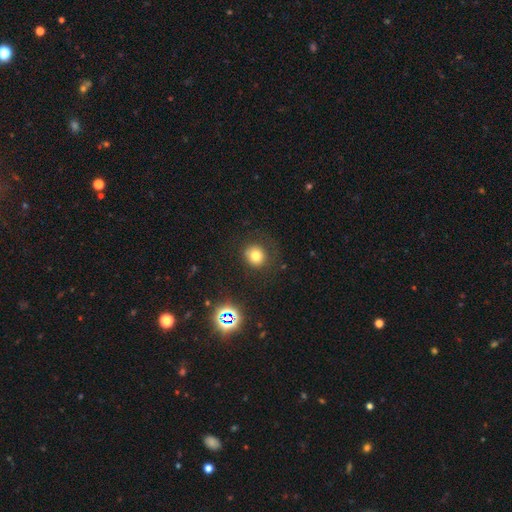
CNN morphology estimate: Smooth or featured? Predicted: smooth (p=0.73). How rounded? Predicted: round (p=0.87). Merging? Predicted: none (p=0.75).